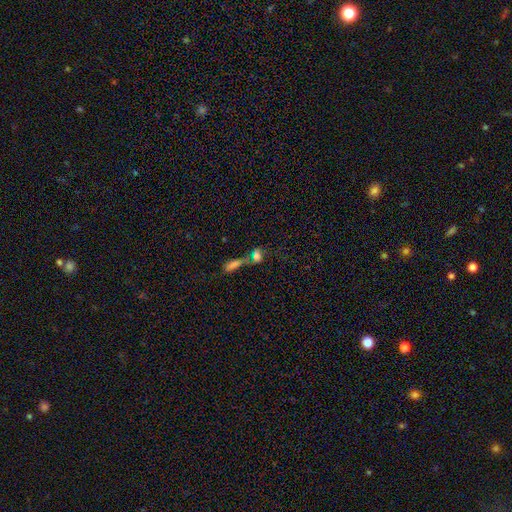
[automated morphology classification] Smooth or featured? Predicted: smooth (p=0.66). How rounded? Predicted: in between (p=0.64). Merging? Predicted: merger (p=0.59).